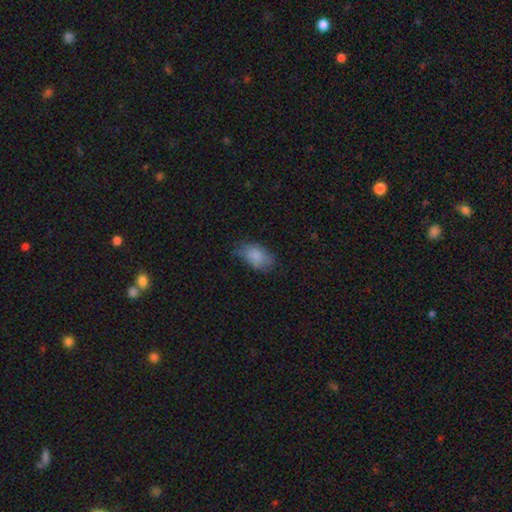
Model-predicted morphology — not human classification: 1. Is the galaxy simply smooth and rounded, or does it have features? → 82% smooth, 10% featured or disk, 8% star or artifact.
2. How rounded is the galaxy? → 92% in between, 6% round, 2% cigar-shaped.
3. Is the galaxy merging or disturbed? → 53% none, 34% minor disturbance, 10% major disturbance, 2% merger.